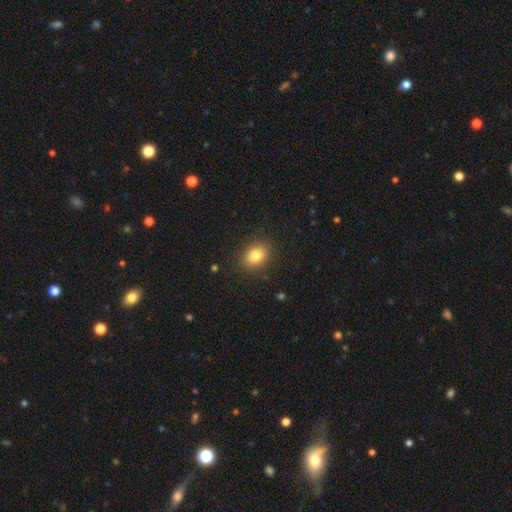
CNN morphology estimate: type=smooth (81%); roundness=in between (66%); merging=none (87%).